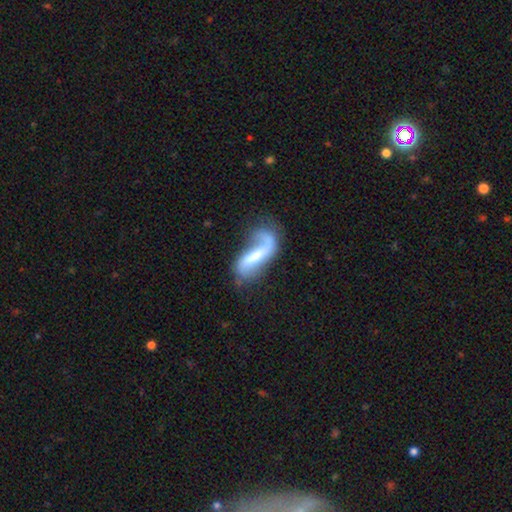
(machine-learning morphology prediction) smooth-or-featured: featured or disk: 62% | smooth: 31% | star or artifact: 7%
  disk-edge-on: no: 90% | yes: 10%
    bar: strong: 43% | weak: 33% | no: 24%
    has-spiral-arms: yes: 81% | no: 19%
    bulge-size: moderate: 32% | small: 27% | none: 25% | large: 13% | dominant: 3%
  merging: none: 39% | major disturbance: 30% | minor disturbance: 25% | merger: 6%